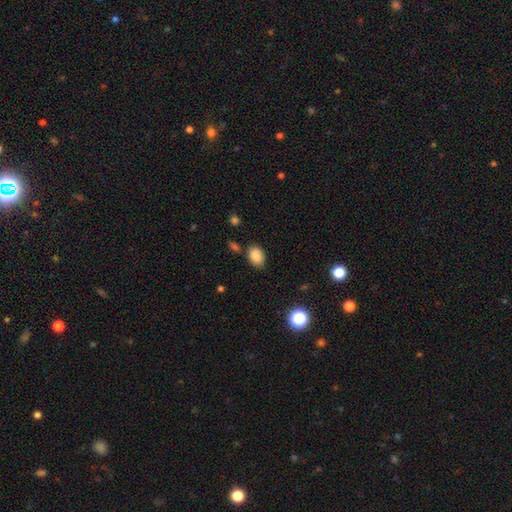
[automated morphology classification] A smooth galaxy with no disk features (86%) that is in between round and cigar-shaped (80%). Merging: none (78%).